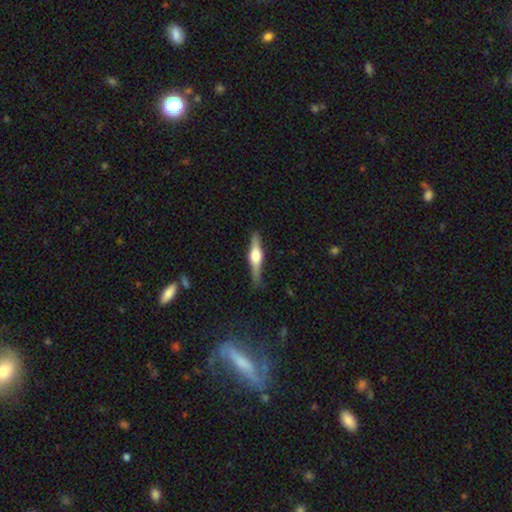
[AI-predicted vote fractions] The model was most divided on "smooth or featured": featured or disk: 71%, smooth: 24%, star or artifact: 5%. More confident: edge-on disk — yes (97%); edge-on bulge — rounded (93%); merging — none (86%).